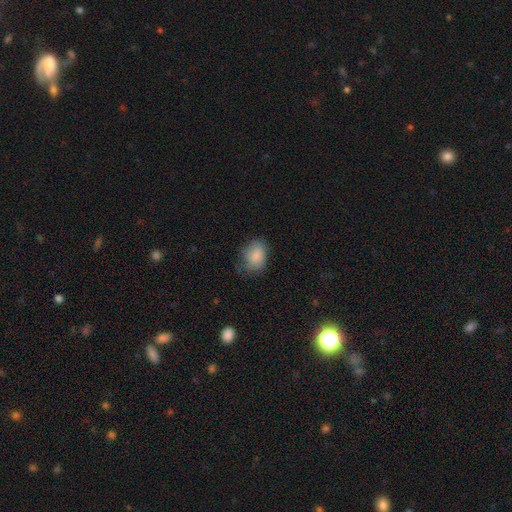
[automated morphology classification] Smooth or featured? Predicted: smooth (p=0.85). How rounded? Predicted: in between (p=0.69). Merging? Predicted: none (p=0.60).